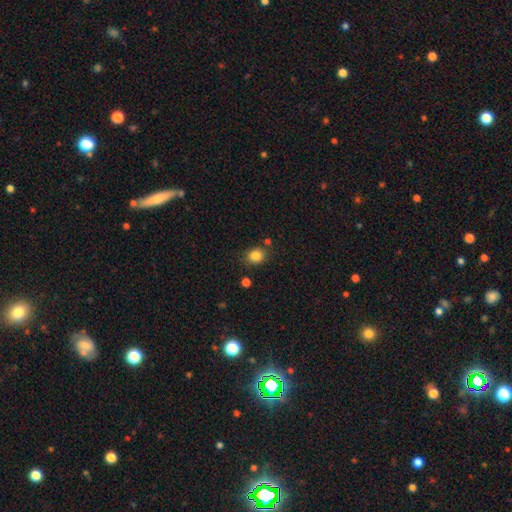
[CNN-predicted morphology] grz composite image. It shows a smooth galaxy with no disk features (84%) that is round (57%). Merging: none (77%).